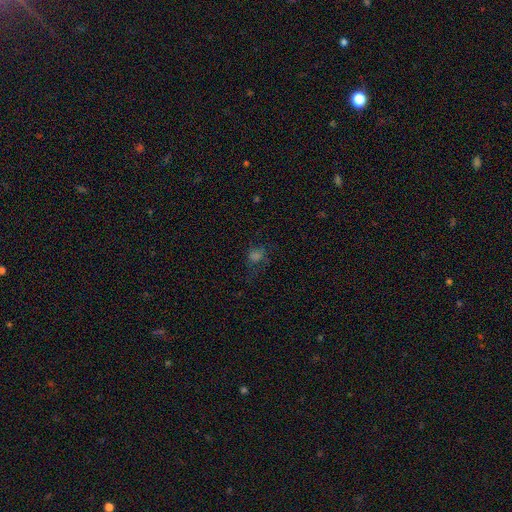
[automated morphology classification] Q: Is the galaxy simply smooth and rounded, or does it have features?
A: smooth — 52%.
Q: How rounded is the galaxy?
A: round — 54%.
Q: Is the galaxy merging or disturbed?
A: none — 53%.